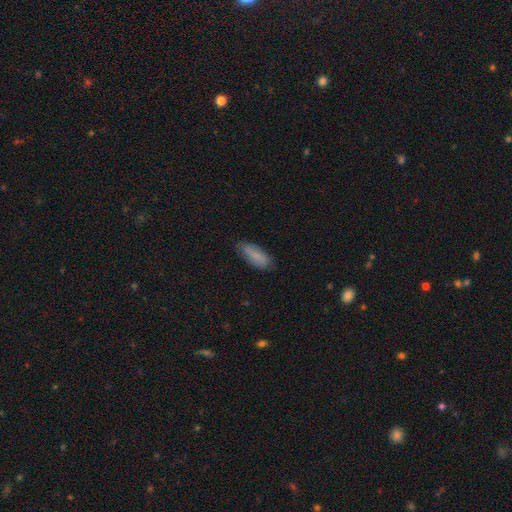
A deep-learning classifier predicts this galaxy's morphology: smooth_or_featured: smooth (p=0.79) [alt: featured or disk p=0.14]
how_rounded: in between (p=0.74) [alt: cigar-shaped p=0.24]
merging: none (p=0.77) [alt: minor disturbance p=0.18]